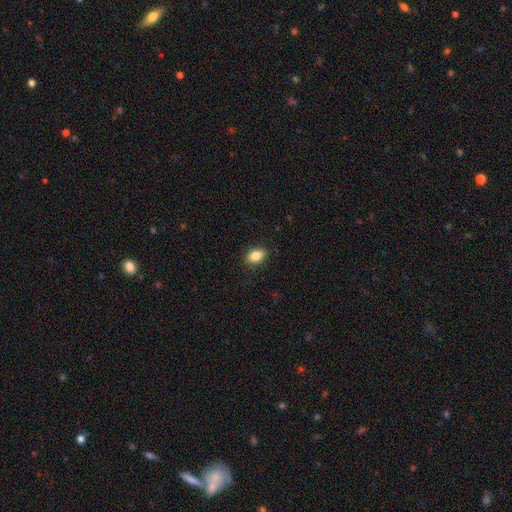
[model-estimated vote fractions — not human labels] A smooth galaxy with no disk features (84%) that is in between round and cigar-shaped (85%). Merging: none (87%).